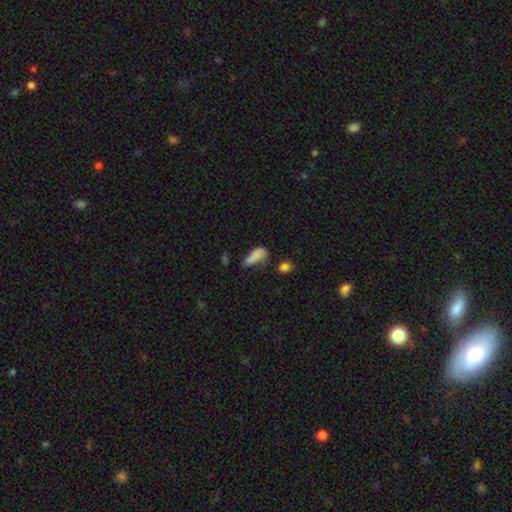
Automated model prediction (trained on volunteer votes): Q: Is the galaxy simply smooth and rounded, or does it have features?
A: smooth — 80%.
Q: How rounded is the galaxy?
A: in between — 68%.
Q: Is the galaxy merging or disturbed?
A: minor disturbance — 37%.